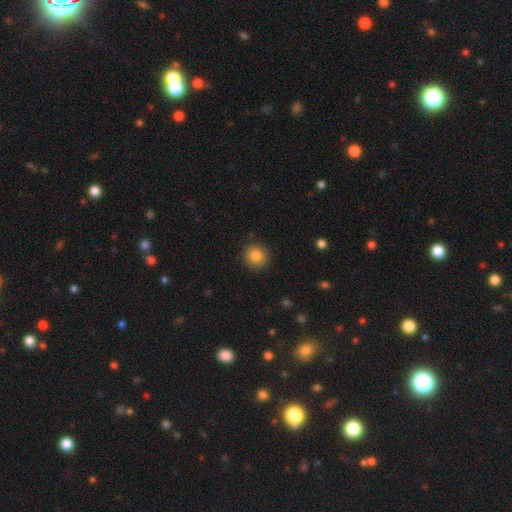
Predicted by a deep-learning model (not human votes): Smooth or featured?
  - smooth: 85% *
  - star or artifact: 9%
  - featured or disk: 6%
How rounded?
  - round: 91% *
  - in between: 8%
  - cigar-shaped: 1%
Merging?
  - none: 90% *
  - minor disturbance: 7%
  - major disturbance: 2%
  - merger: 1%